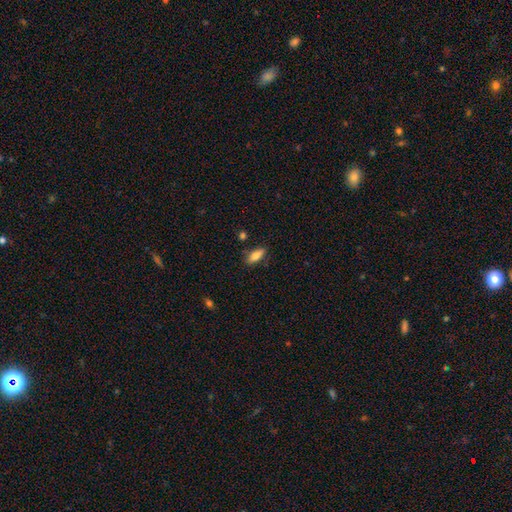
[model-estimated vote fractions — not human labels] Morphology: type=smooth (78%); roundness=in between (69%); merging=none (81%).